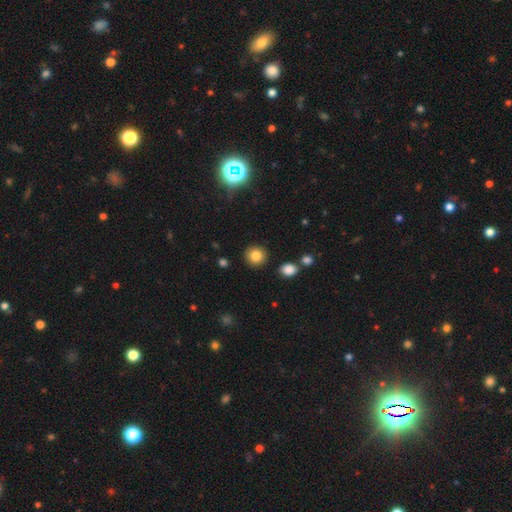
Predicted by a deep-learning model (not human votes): Smooth or featured: smooth — 83% (star or artifact — 10%)
How rounded: round — 90% (in between — 9%)
Merging: none — 89% (minor disturbance — 6%)